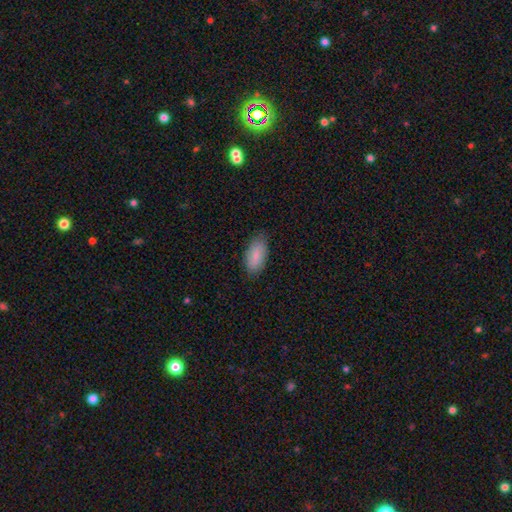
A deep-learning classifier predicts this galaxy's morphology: Q: Smooth or featured?
A: smooth (87%); runner-up: featured or disk (7%)
Q: How rounded?
A: in between (91%); runner-up: cigar-shaped (7%)
Q: Merging?
A: none (81%); runner-up: minor disturbance (15%)